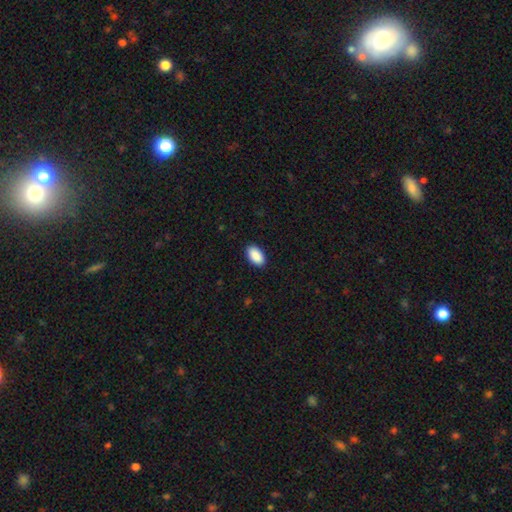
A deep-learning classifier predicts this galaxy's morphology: smooth 91%, star or artifact 6%, featured or disk 2%. Down the decision tree: how rounded — in between (95%); merging — none (90%).